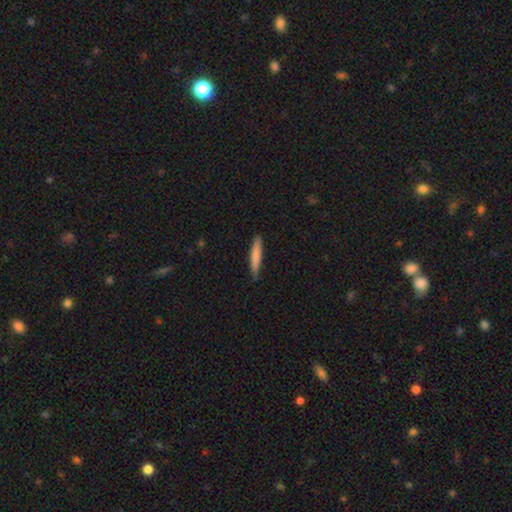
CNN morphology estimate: smooth_or_featured: smooth (p=0.77) [alt: featured or disk p=0.18]
how_rounded: cigar-shaped (p=0.92) [alt: in between p=0.07]
merging: none (p=0.82) [alt: minor disturbance p=0.14]